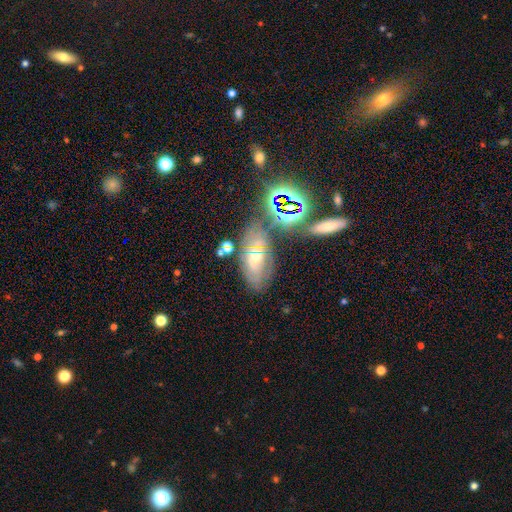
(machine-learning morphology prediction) This is possibly a featured or disk galaxy (51%). It is clearly not viewed edge-on (86%). Merging: likely none (64%).